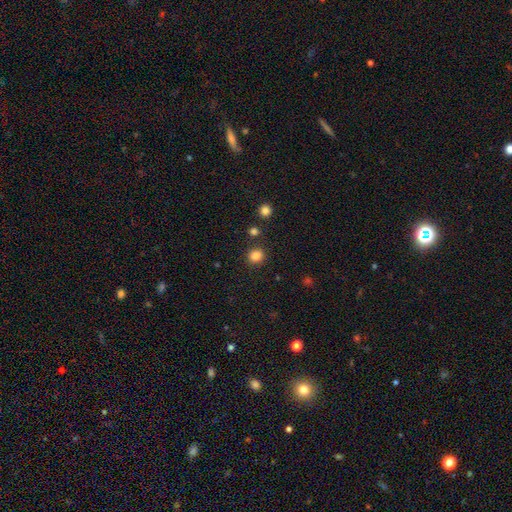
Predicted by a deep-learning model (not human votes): This is clearly a smooth galaxy (84%). How rounded: likely round (80%). Merging: clearly none (86%).